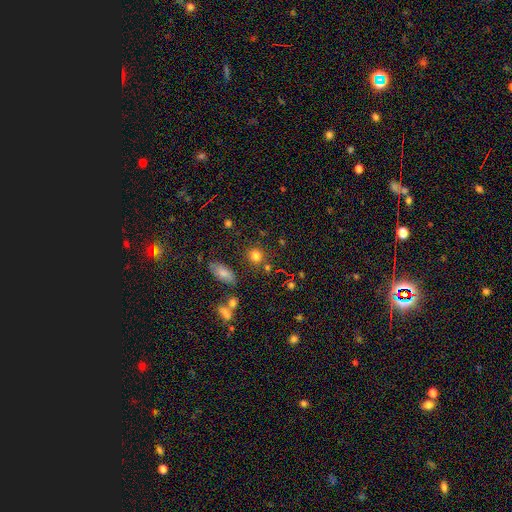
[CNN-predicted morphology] This appears to be a smooth galaxy with no disk features (78%) that is round (83%). Merging: none (77%).